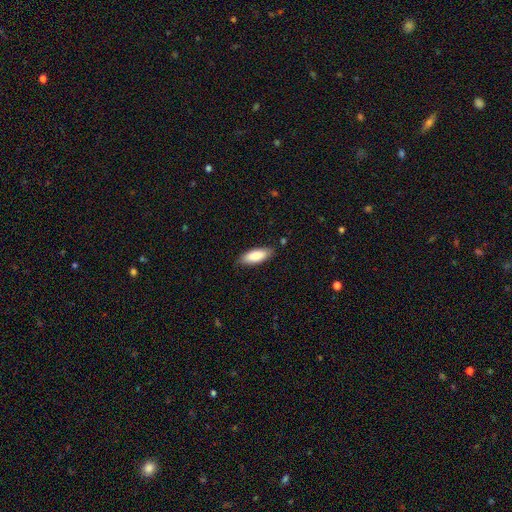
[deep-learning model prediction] Morphology: type=smooth (85%); roundness=in between (75%); merging=none (82%).